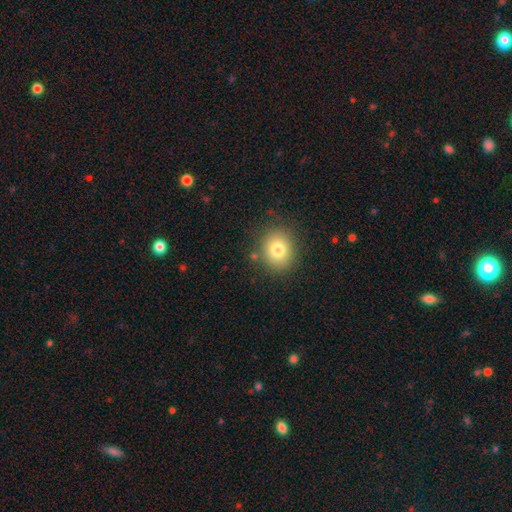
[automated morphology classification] Smooth or featured?
  - smooth: 78% *
  - star or artifact: 13%
  - featured or disk: 10%
How rounded?
  - round: 69% *
  - in between: 30%
  - cigar-shaped: 1%
Merging?
  - none: 87% *
  - minor disturbance: 9%
  - major disturbance: 2%
  - merger: 2%